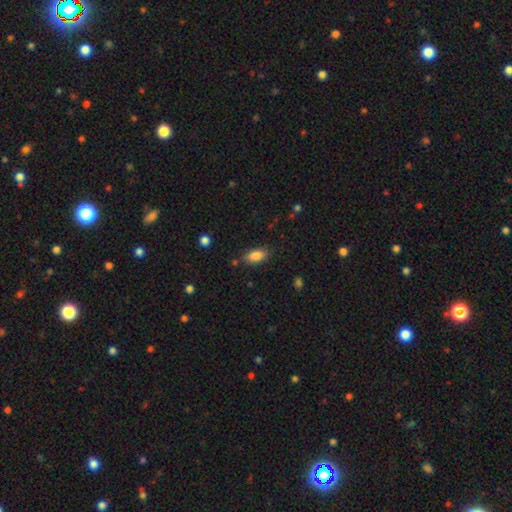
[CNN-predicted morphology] Smooth or featured? smooth (85%)
How rounded? in between (89%)
Merging? none (81%)